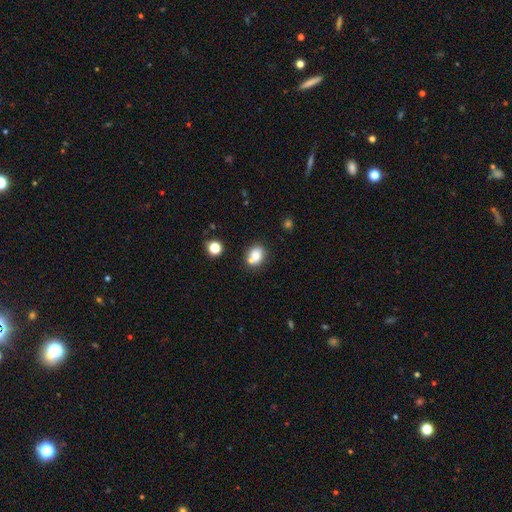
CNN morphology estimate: smooth-or-featured: smooth: 77% | featured or disk: 12% | star or artifact: 11%
  how-rounded: round: 57% | in between: 42% | cigar-shaped: 1%
  merging: none: 57% | merger: 26% | minor disturbance: 13% | major disturbance: 4%